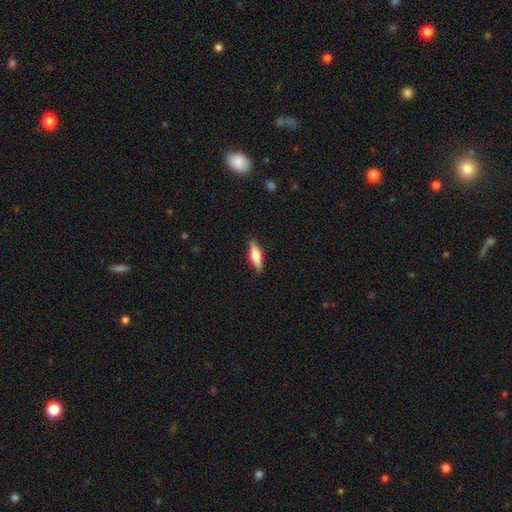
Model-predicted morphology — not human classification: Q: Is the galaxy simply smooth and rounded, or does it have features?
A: smooth — 52%.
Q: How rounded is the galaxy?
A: cigar-shaped — 57%.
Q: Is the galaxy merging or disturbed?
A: none — 89%.